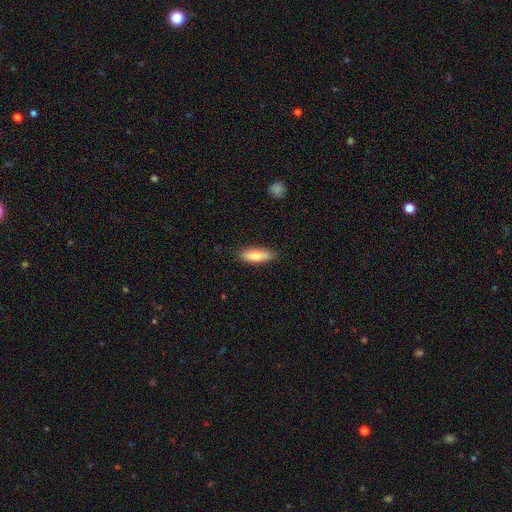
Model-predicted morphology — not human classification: Smooth or featured?
  - smooth: 78% *
  - featured or disk: 16%
  - star or artifact: 6%
How rounded?
  - in between: 52% *
  - cigar-shaped: 46%
  - round: 2%
Merging?
  - none: 85% *
  - minor disturbance: 11%
  - major disturbance: 2%
  - merger: 1%